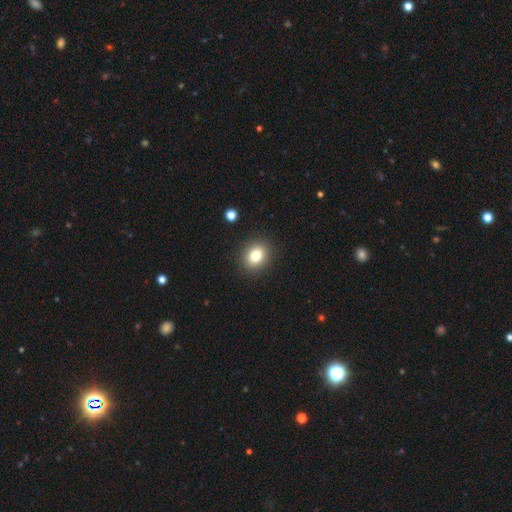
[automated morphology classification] smooth 80%, star or artifact 11%, featured or disk 9%. Down the decision tree: how rounded — round (58%); merging — none (90%).